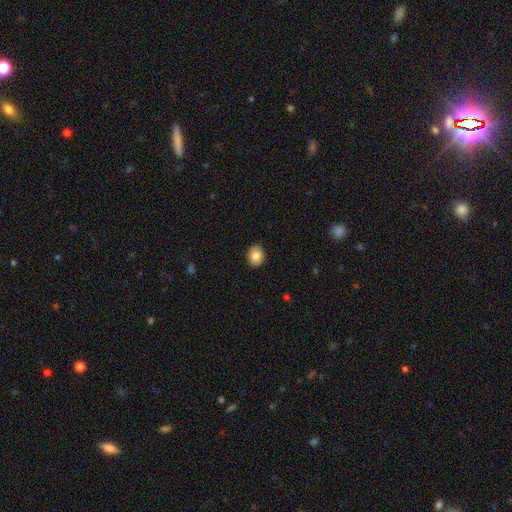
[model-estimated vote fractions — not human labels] Smooth or featured? Predicted: smooth (p=0.83). How rounded? Predicted: in between (p=0.50). Merging? Predicted: none (p=0.90).